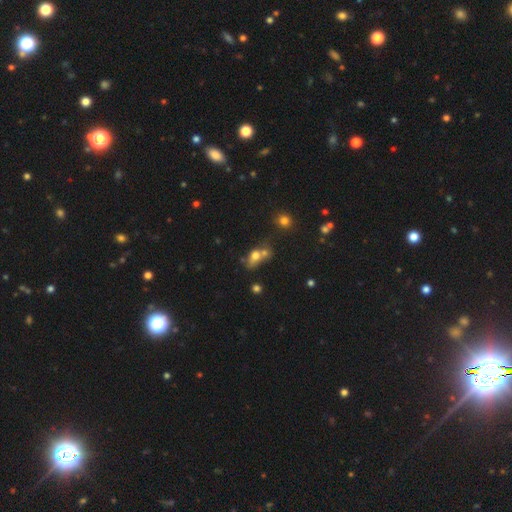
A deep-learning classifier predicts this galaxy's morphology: smooth-or-featured: smooth: 67% | featured or disk: 19% | star or artifact: 14%
  how-rounded: in between: 66% | round: 29% | cigar-shaped: 5%
  merging: merger: 54% | none: 25% | minor disturbance: 12% | major disturbance: 9%